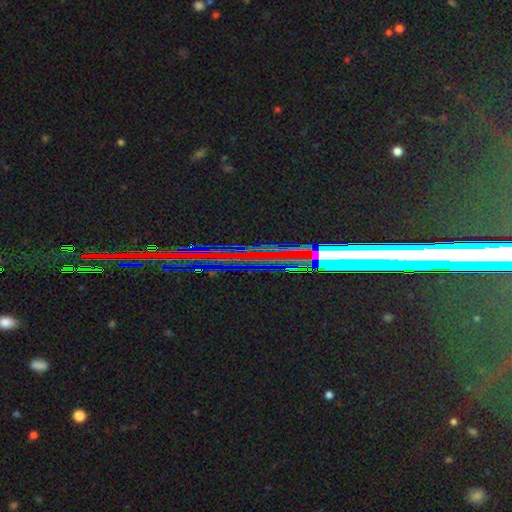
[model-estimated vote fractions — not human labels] This is likely a star or artifact rather than a galaxy (80%).